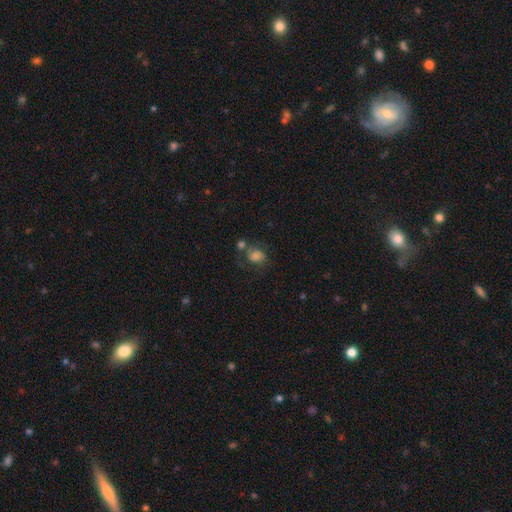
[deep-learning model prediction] Smooth or featured? smooth (64%)
How rounded? round (53%)
Merging? none (39%)